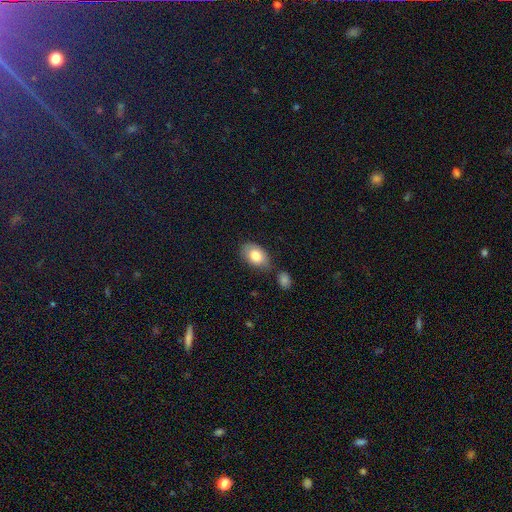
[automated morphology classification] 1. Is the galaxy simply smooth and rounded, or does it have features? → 79% smooth, 14% featured or disk, 7% star or artifact.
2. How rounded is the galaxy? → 88% in between, 10% round, 1% cigar-shaped.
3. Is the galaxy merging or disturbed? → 60% none, 23% minor disturbance, 12% merger, 6% major disturbance.